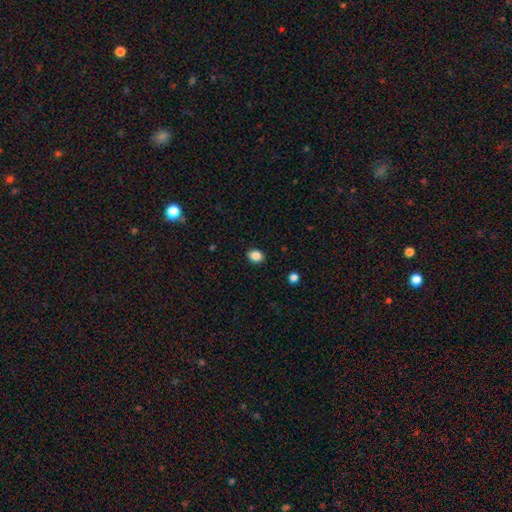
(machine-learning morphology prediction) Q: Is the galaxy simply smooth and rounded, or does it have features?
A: smooth — 86%.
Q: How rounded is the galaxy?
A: round — 52%.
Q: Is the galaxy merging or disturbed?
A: none — 90%.